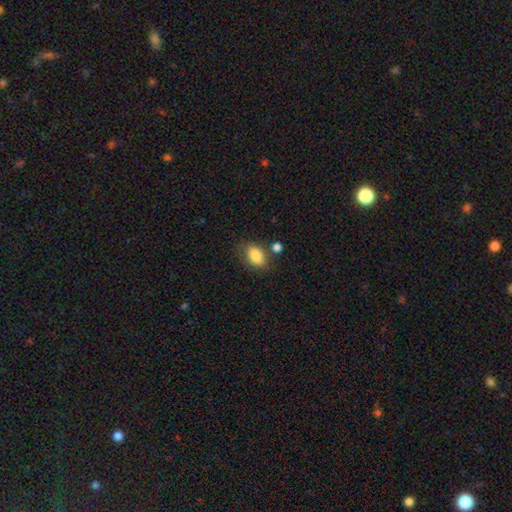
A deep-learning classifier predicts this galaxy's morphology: Smooth or featured? Predicted: smooth (p=0.84). How rounded? Predicted: in between (p=0.81). Merging? Predicted: none (p=0.66).